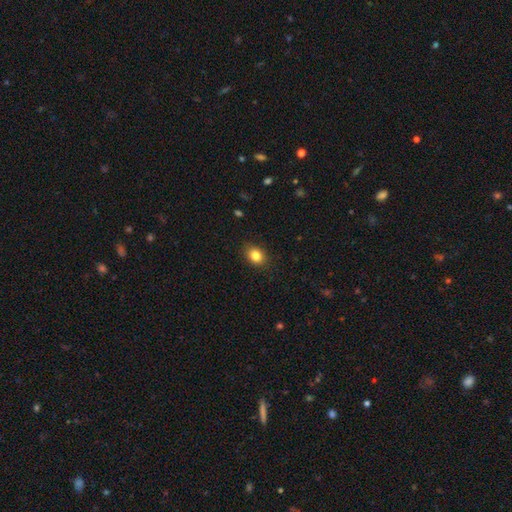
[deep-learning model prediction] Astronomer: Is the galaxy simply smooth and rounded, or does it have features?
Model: smooth — 83%.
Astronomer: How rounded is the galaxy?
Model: in between — 62%.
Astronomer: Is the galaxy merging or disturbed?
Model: none — 87%.